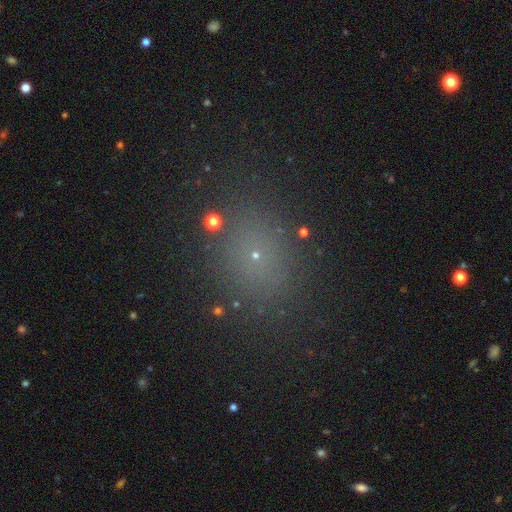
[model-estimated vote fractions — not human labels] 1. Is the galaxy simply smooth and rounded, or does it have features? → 59% smooth, 32% star or artifact, 9% featured or disk.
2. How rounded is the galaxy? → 59% round, 40% in between, 1% cigar-shaped.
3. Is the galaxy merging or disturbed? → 86% none, 8% minor disturbance, 4% major disturbance, 2% merger.